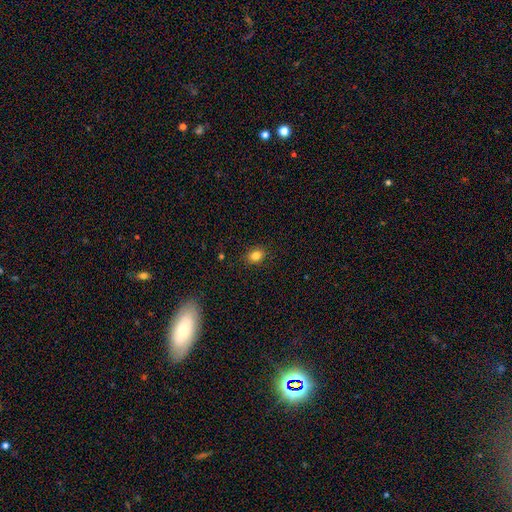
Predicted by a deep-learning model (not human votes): Q: Smooth or featured?
A: smooth (83%); runner-up: star or artifact (11%)
Q: How rounded?
A: in between (54%); runner-up: round (45%)
Q: Merging?
A: none (88%); runner-up: minor disturbance (9%)